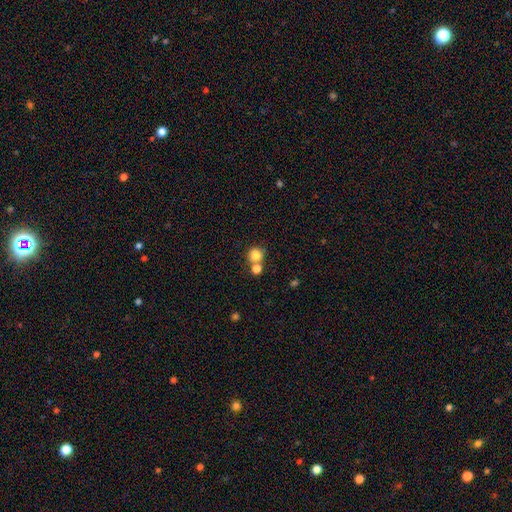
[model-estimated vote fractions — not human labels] smooth_or_featured: smooth (p=0.81) [alt: star or artifact p=0.11]
how_rounded: round (p=0.85) [alt: in between p=0.14]
merging: none (p=0.53) [alt: merger p=0.34]